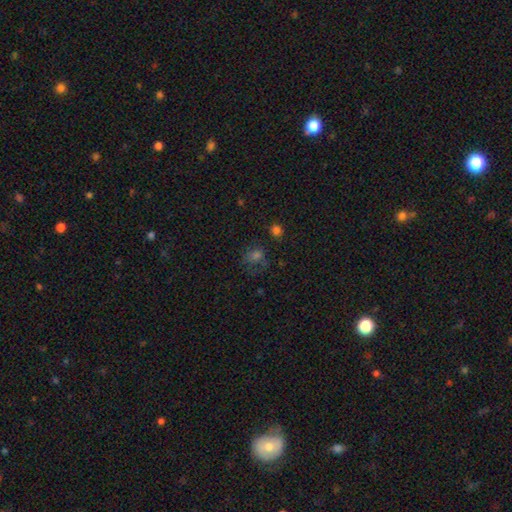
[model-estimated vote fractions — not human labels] Overall: smooth (54%; star or artifact 30%). How rounded: round (58%; in between 41%). Merging: none (50%; major disturbance 23%).